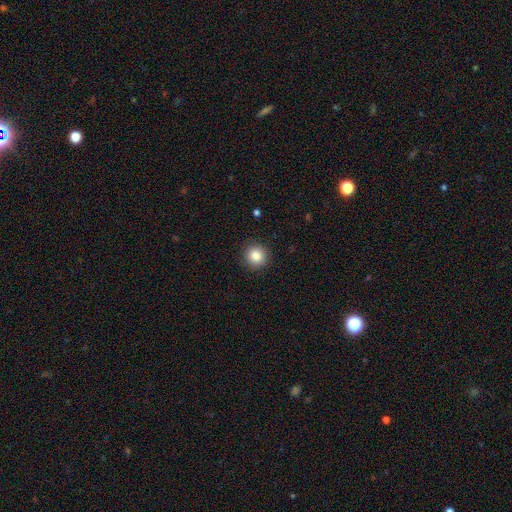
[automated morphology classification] The model was most divided on "smooth or featured": smooth: 85%, star or artifact: 10%, featured or disk: 5%. More confident: how rounded — round (92%); merging — none (91%).